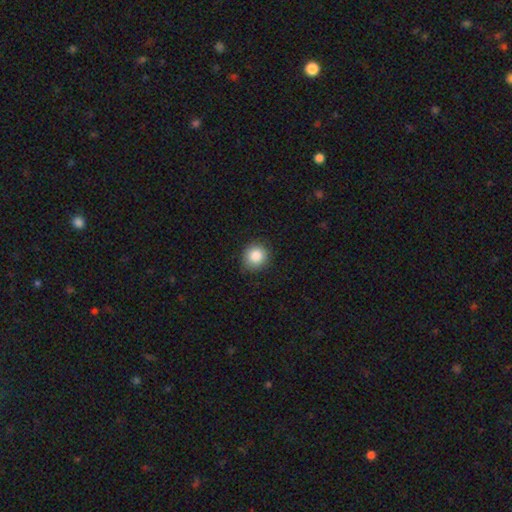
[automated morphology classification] This appears to be a smooth galaxy with no disk features (87%) that is round (86%). Merging: none (86%).